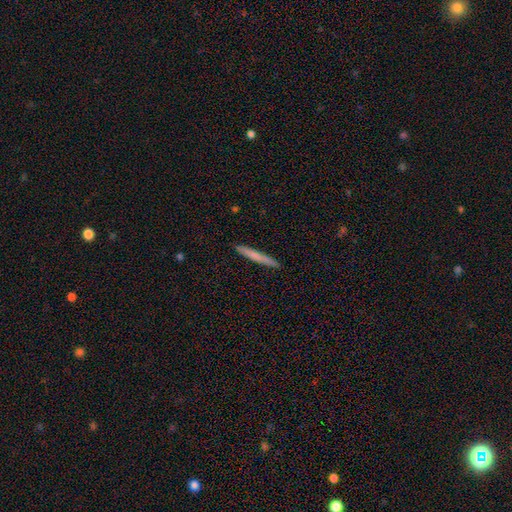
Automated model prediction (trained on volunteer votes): Smooth or featured? smooth (66%)
How rounded? cigar-shaped (97%)
Merging? none (92%)